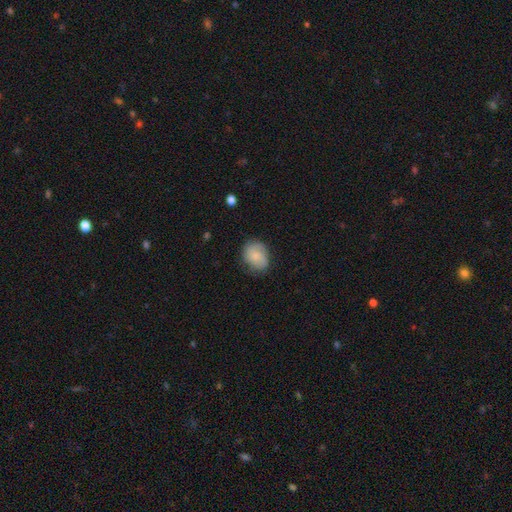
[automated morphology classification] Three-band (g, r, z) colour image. It shows a smooth galaxy with no disk features (71%) that is in between round and cigar-shaped (52%). Merging: none (68%).